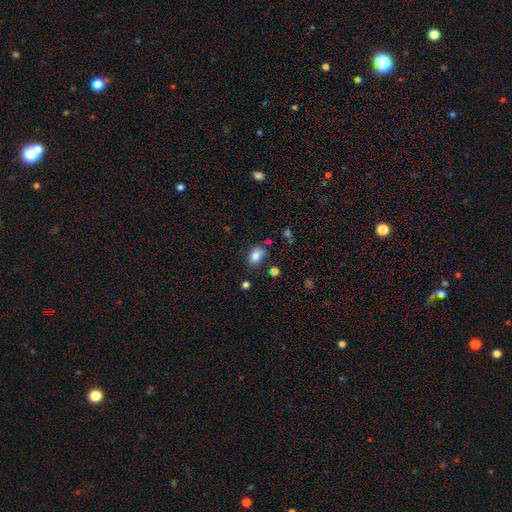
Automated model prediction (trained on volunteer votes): Smooth or featured?
  - smooth: 84% *
  - star or artifact: 10%
  - featured or disk: 6%
How rounded?
  - in between: 79% *
  - round: 20%
  - cigar-shaped: 1%
Merging?
  - none: 75% *
  - minor disturbance: 16%
  - merger: 5%
  - major disturbance: 4%